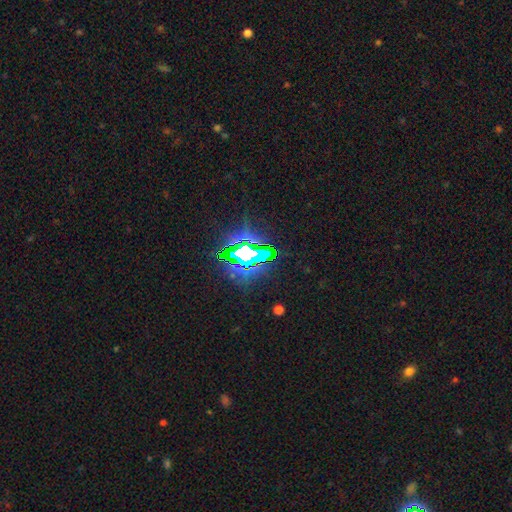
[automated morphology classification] type=star or artifact (77%).